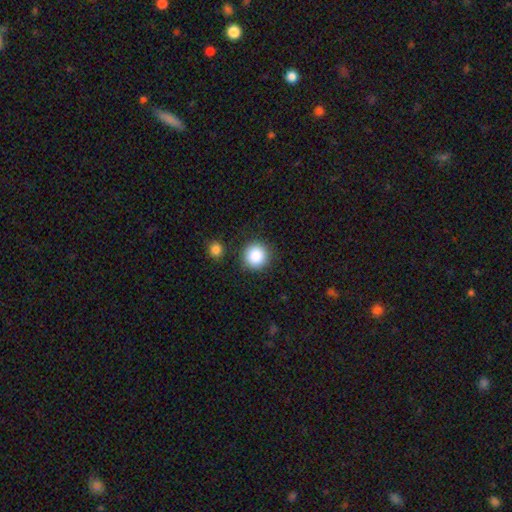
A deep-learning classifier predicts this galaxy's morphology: Q: Smooth or featured?
A: smooth (87%); runner-up: star or artifact (9%)
Q: How rounded?
A: round (95%); runner-up: in between (4%)
Q: Merging?
A: none (88%); runner-up: minor disturbance (7%)